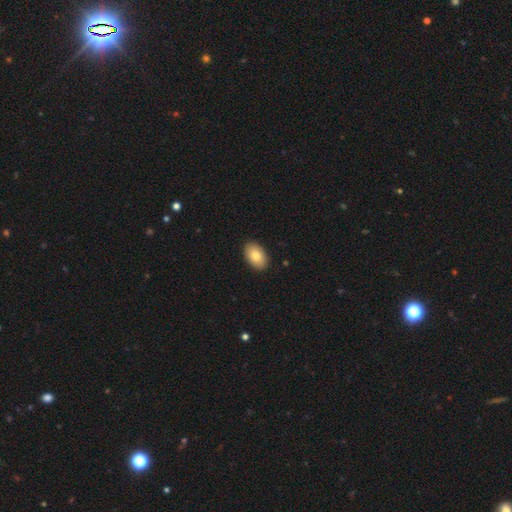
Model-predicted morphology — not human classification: smooth-or-featured: smooth: 83% | featured or disk: 11% | star or artifact: 7%
  how-rounded: in between: 92% | round: 7% | cigar-shaped: 1%
  merging: none: 90% | minor disturbance: 7% | major disturbance: 2% | merger: 1%